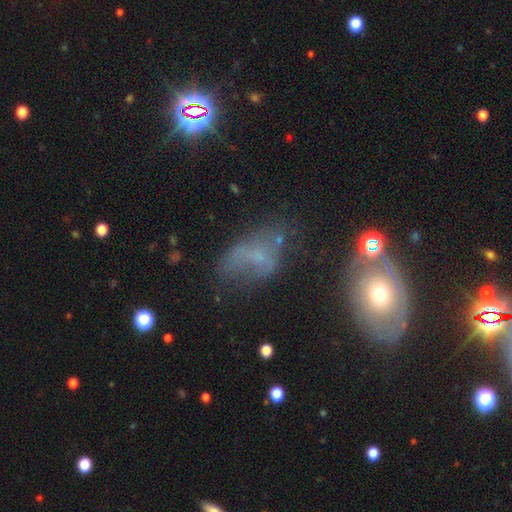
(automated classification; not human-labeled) smooth_or_featured: smooth (p=0.42) [alt: featured or disk p=0.34]
merging: major disturbance (p=0.32) [alt: none p=0.31]